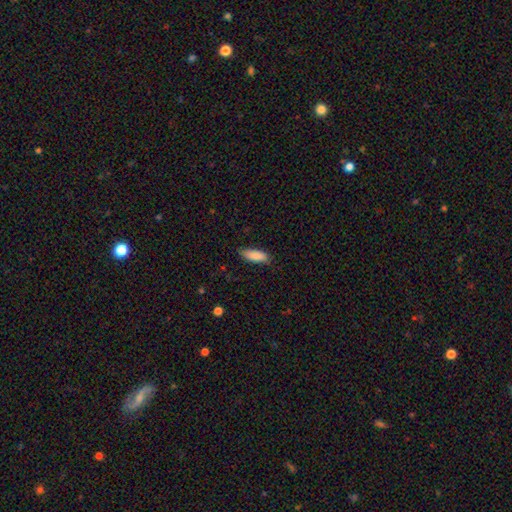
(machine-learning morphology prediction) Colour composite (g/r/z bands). It shows a smooth galaxy with no disk features (87%) that is in between round and cigar-shaped (64%). Merging: none (78%).